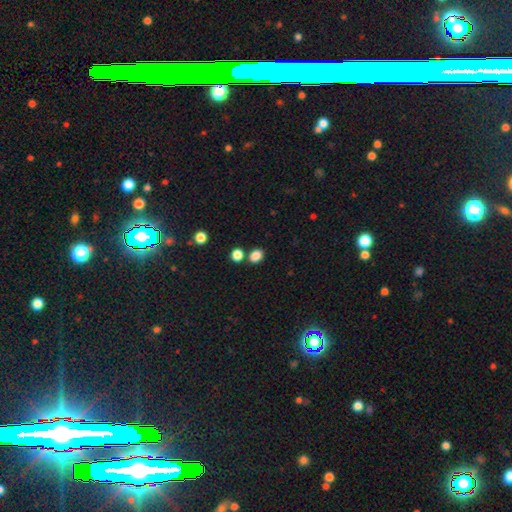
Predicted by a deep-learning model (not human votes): The model was most divided on "how rounded": in between: 54%, round: 45%, cigar-shaped: 1%. More confident: smooth or featured — smooth (85%); merging — none (75%).